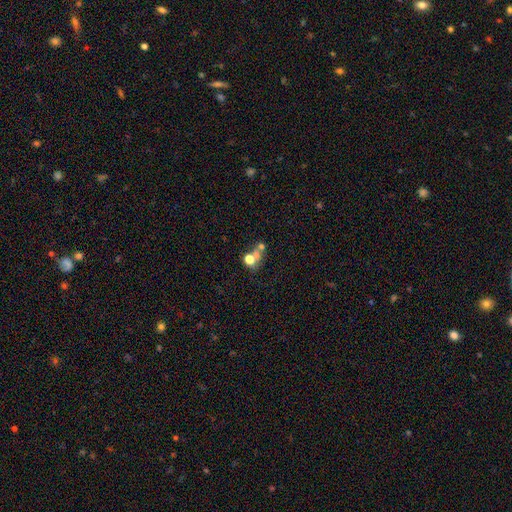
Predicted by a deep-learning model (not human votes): This is possibly a smooth galaxy (53%). How rounded: likely round (72%). Merging: marginally none (43%).